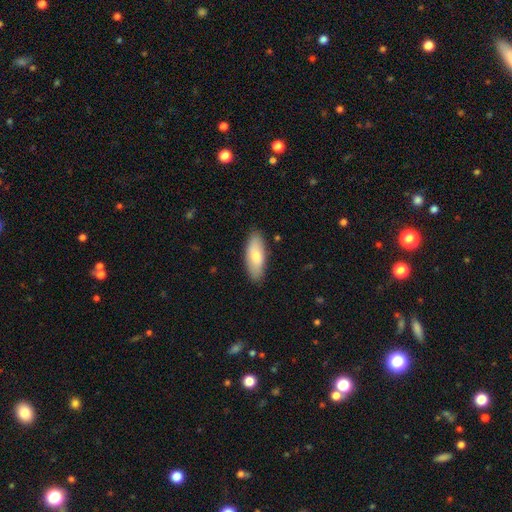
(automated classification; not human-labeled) This is likely a smooth galaxy (78%). How rounded: likely in between (74%). Merging: clearly none (86%).